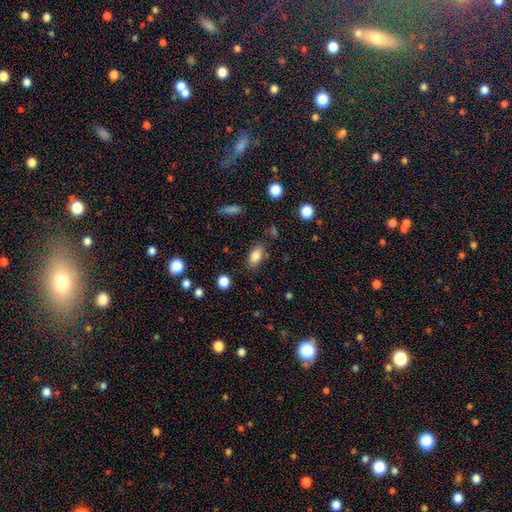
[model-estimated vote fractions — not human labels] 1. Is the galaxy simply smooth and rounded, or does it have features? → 83% smooth, 9% star or artifact, 9% featured or disk.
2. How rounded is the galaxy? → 87% in between, 8% round, 5% cigar-shaped.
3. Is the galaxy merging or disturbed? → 79% none, 14% minor disturbance, 4% major disturbance, 3% merger.